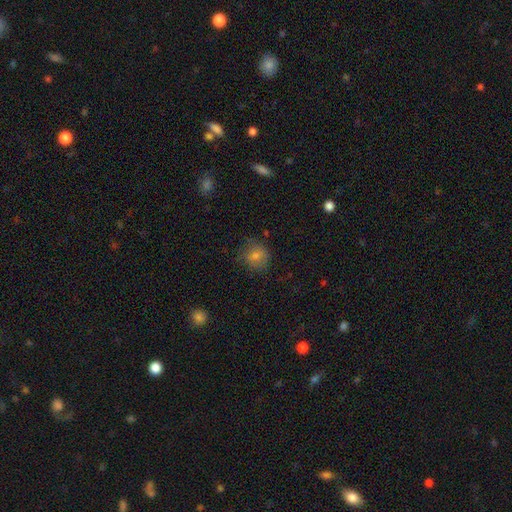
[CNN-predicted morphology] A smooth galaxy with no disk features (69%) that is round (80%). Merging: none (75%).